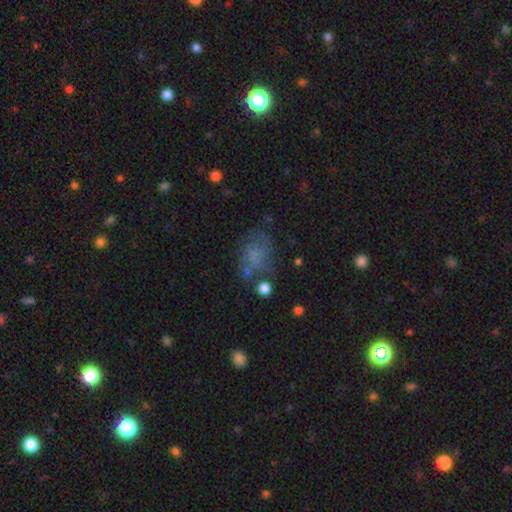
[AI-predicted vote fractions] smooth 60%, featured or disk 25%, star or artifact 15%. Down the decision tree: how rounded — in between (64%); merging — none (50%).